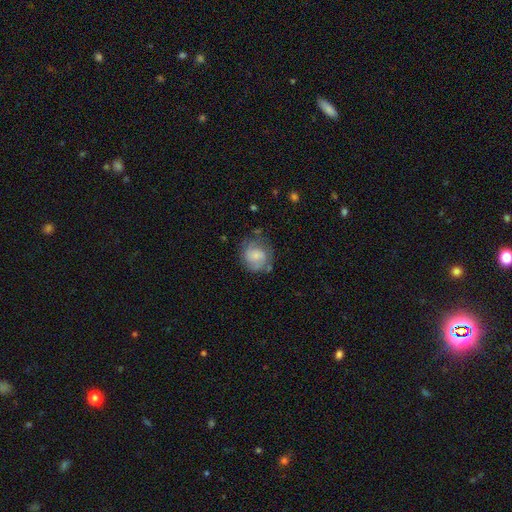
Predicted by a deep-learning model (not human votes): The model was most divided on "smooth or featured": featured or disk: 49%, smooth: 43%, star or artifact: 8%. More confident: merging — none (63%).